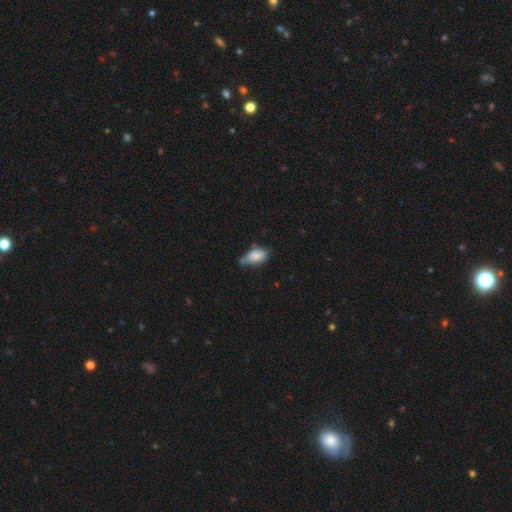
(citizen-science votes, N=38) smooth-or-featured: smooth: 82% | featured or disk: 16% | star or artifact: 3%
  how-rounded: in between: 94% | cigar-shaped: 6% | round: 0%
  merging: minor disturbance: 49% | none: 27% | major disturbance: 14% | merger: 11%